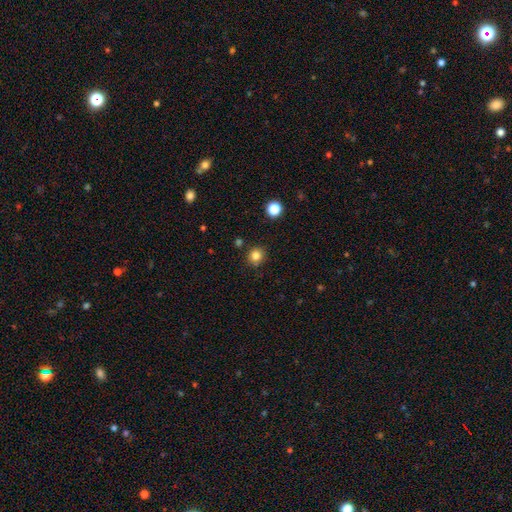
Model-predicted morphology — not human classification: Smooth or featured? smooth (82%)
How rounded? round (89%)
Merging? none (87%)